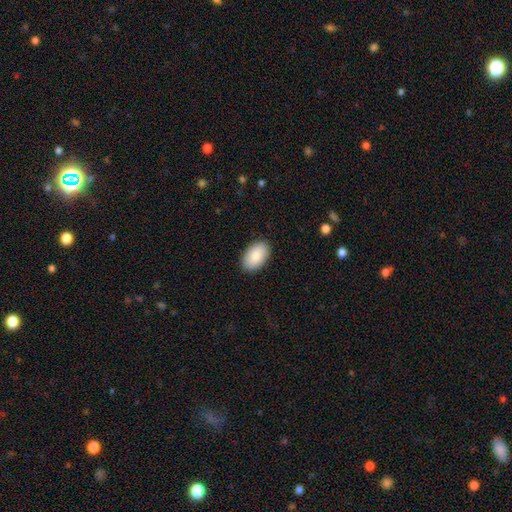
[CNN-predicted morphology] This is clearly a smooth galaxy (84%). How rounded: clearly in between (93%). Merging: clearly none (89%).